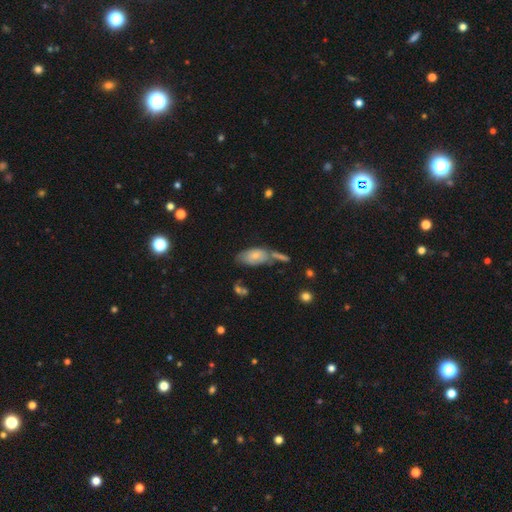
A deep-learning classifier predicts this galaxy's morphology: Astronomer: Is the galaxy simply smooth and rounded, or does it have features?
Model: smooth — 70%.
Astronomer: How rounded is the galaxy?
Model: in between — 91%.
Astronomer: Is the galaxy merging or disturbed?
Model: none — 41% (runner-up: merger, 30%).